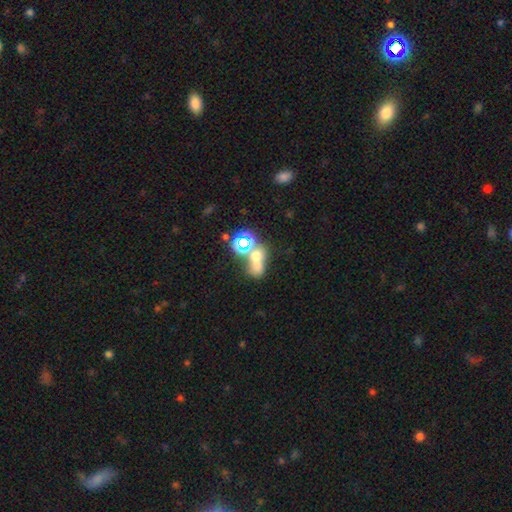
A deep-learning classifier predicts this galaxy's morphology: A smooth galaxy with no disk features (52%) that is round (50%).

Vote fractions:
- Smooth or featured? smooth: 52% / star or artifact: 31% / featured or disk: 17%
- How rounded? round: 50% / in between: 48% / cigar-shaped: 3%
- Merging? merger: 55% / none: 27% / major disturbance: 9% / minor disturbance: 8%